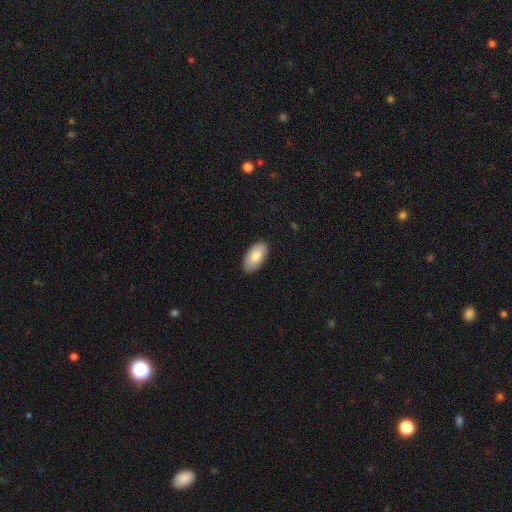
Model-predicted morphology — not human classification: Smooth or featured? smooth (82%)
How rounded? in between (95%)
Merging? none (87%)